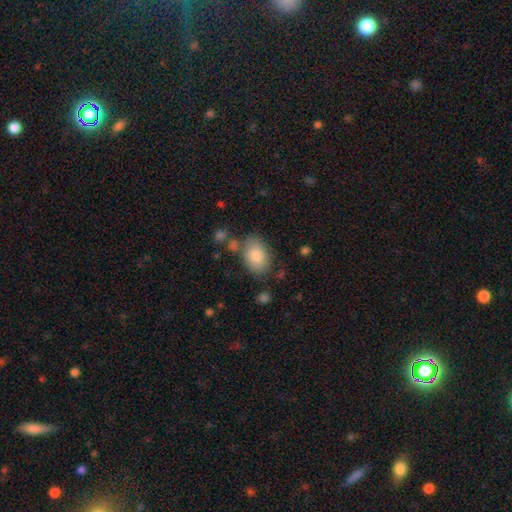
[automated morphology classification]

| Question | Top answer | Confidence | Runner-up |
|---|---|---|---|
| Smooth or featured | smooth | 84% | featured or disk (9%) |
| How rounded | in between | 83% | round (16%) |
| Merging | none | 74% | minor disturbance (16%) |